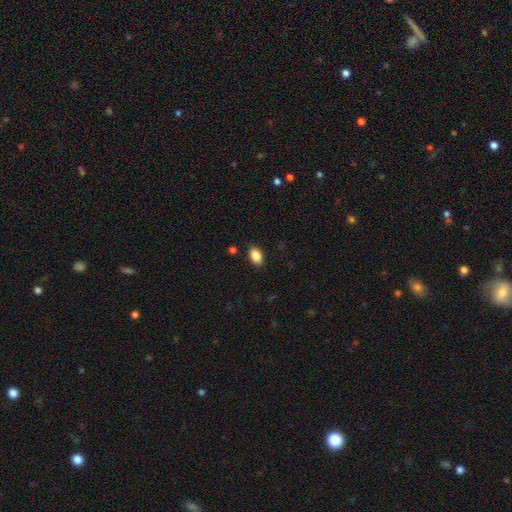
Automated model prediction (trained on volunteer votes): Morphology: type=smooth (87%); roundness=in between (90%); merging=none (88%).